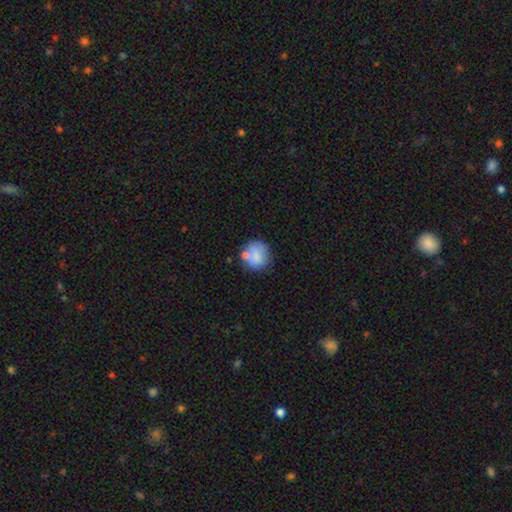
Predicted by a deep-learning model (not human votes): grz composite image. It shows a smooth galaxy with no disk features (76%) that is round (86%). Merging: none (61%).